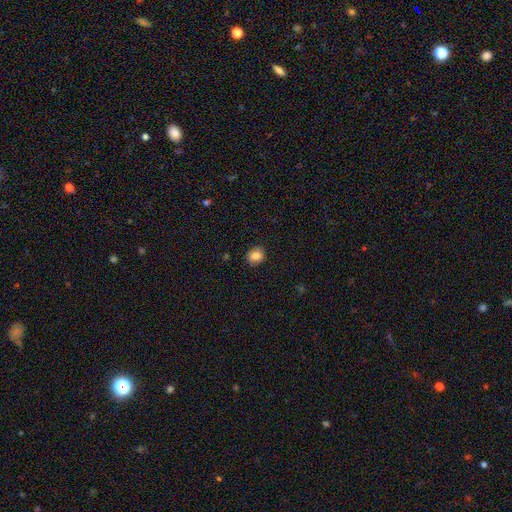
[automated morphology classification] This appears to be a smooth galaxy with no disk features (83%) that is round (68%). Merging: none (87%).